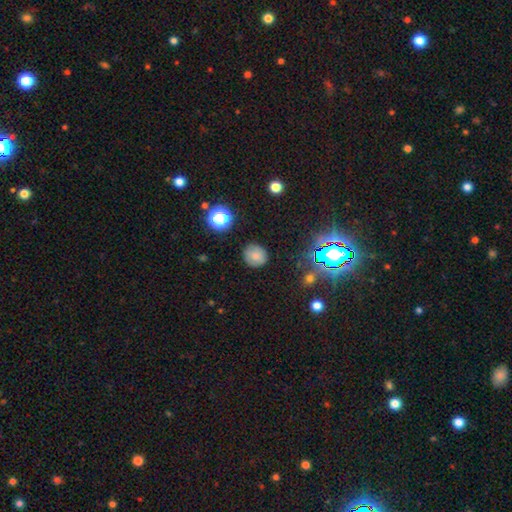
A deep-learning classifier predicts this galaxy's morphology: smooth 75%, star or artifact 15%, featured or disk 10%. Down the decision tree: how rounded — round (86%); merging — none (85%).